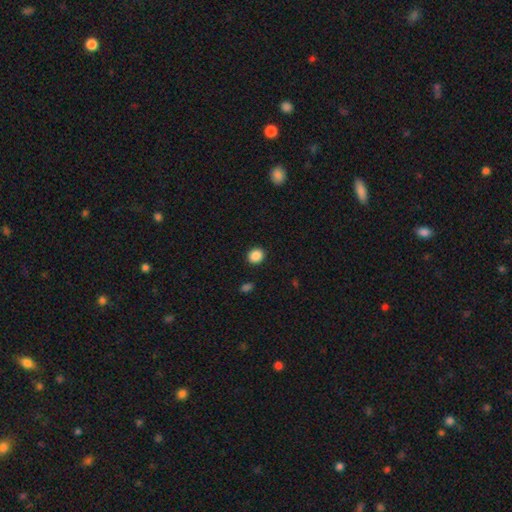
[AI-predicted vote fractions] This appears to be a smooth galaxy with no disk features (88%) that is round (78%). Merging: none (91%).